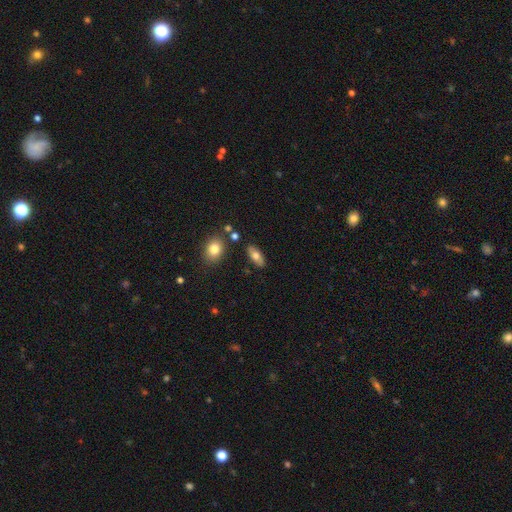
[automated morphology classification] Smooth or featured? Predicted: smooth (p=0.68). How rounded? Predicted: in between (p=0.82). Merging? Predicted: none (p=0.85).